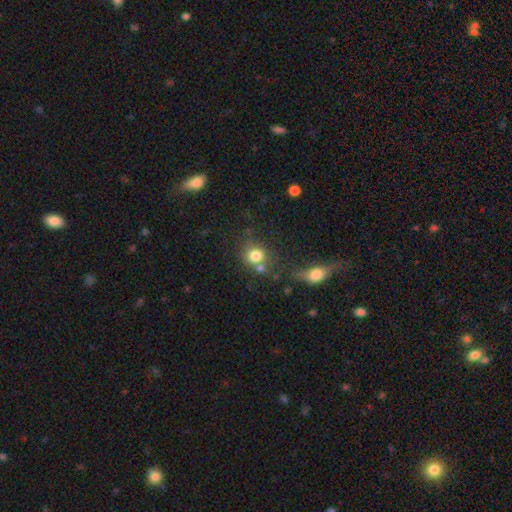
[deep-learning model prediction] Morphology: type=smooth (79%); roundness=round (79%); merging=none (57%).